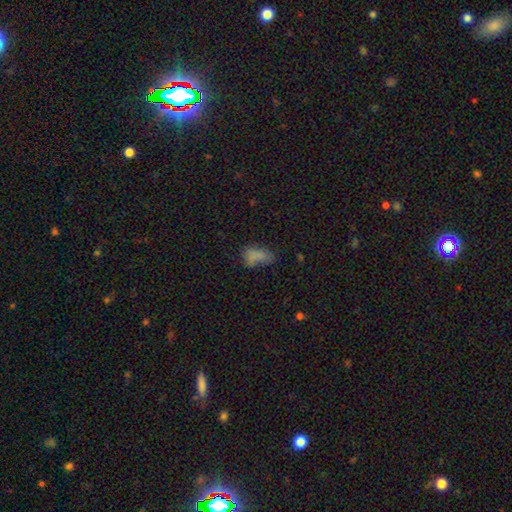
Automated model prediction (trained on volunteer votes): smooth 72%, star or artifact 16%, featured or disk 12%. Down the decision tree: how rounded — in between (88%); merging — none (40%).